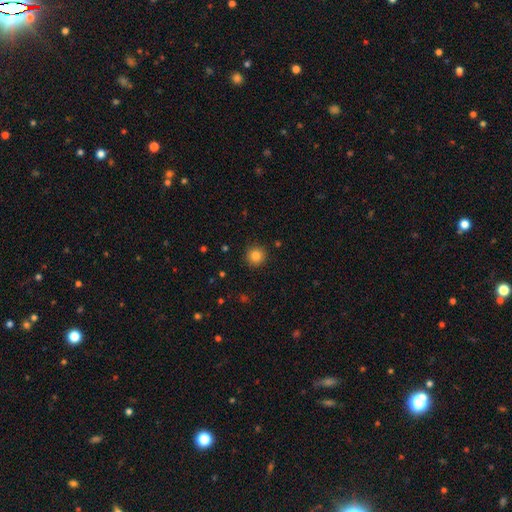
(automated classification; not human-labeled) Overall: smooth (84%). How rounded: round (95%). Merging: none (90%).